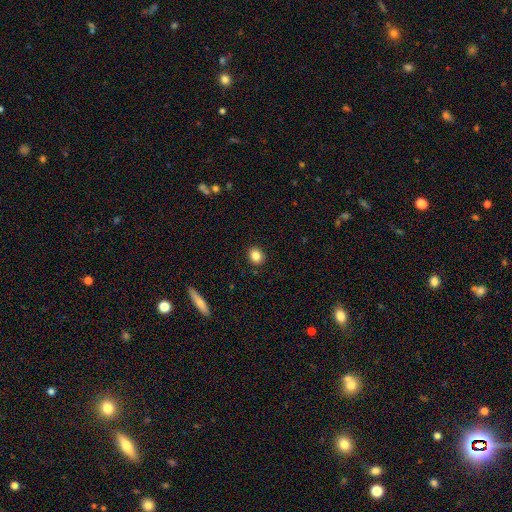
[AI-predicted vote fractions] A smooth galaxy with no disk features (84%) that is round (68%).

Vote fractions:
- Smooth or featured? smooth: 84% / star or artifact: 10% / featured or disk: 6%
- How rounded? round: 68% / in between: 30% / cigar-shaped: 1%
- Merging? none: 90% / minor disturbance: 7% / major disturbance: 2% / merger: 1%